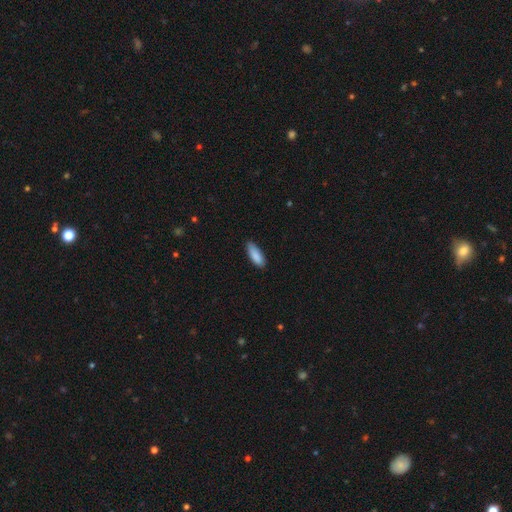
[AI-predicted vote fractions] Smooth or featured? smooth (88%)
How rounded? in between (66%)
Merging? none (80%)